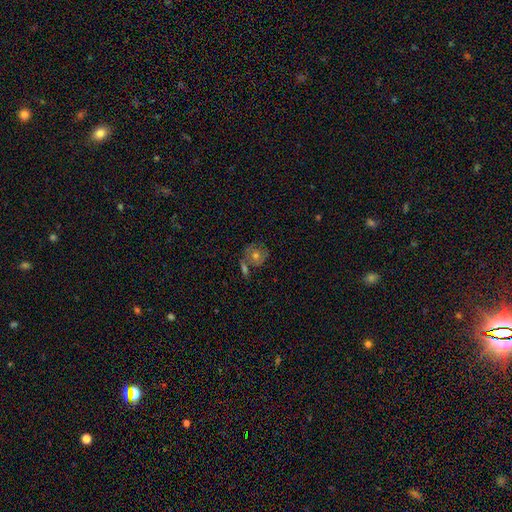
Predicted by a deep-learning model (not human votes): featured or disk 51%, smooth 34%, star or artifact 15%. Down the decision tree: edge-on disk — no (96%); merging — none (61%).